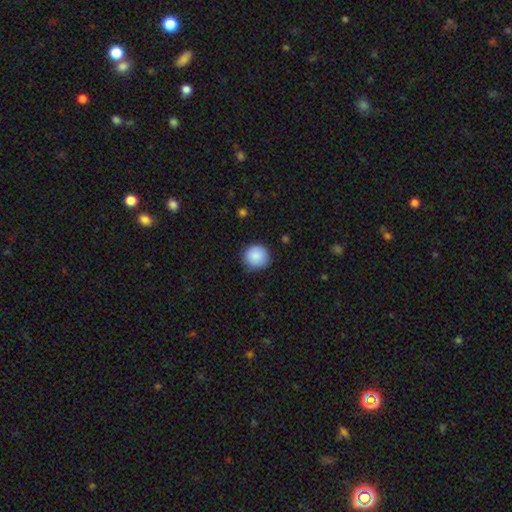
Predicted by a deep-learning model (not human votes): Overall: smooth (88%). How rounded: round (93%). Merging: none (85%).